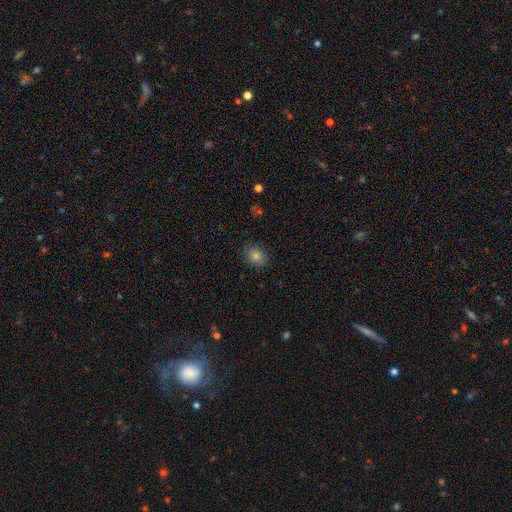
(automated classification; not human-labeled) Smooth or featured: smooth — 74% (star or artifact — 17%)
How rounded: round — 63% (in between — 36%)
Merging: none — 86% (minor disturbance — 11%)